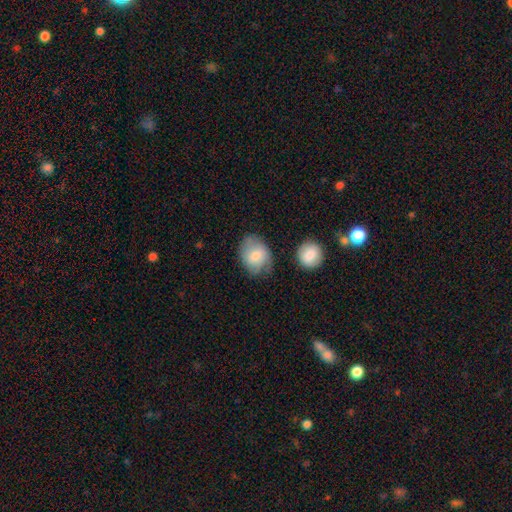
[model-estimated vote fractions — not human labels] Overall: smooth (73%). How rounded: in between (59%; round 40%). Merging: none (63%; minor disturbance 24%).